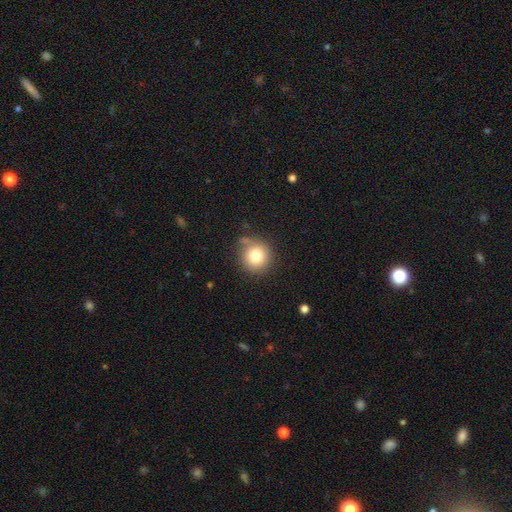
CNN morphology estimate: A smooth galaxy with no disk features (80%) that is round (91%). Merging: none (71%).